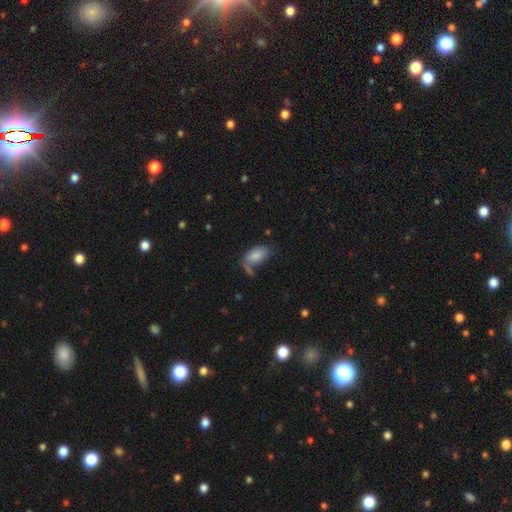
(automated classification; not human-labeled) A smooth galaxy with no disk features (82%) that is in between round and cigar-shaped (93%).

Vote fractions:
- Smooth or featured? smooth: 82% / featured or disk: 11% / star or artifact: 7%
- How rounded? in between: 93% / cigar-shaped: 3% / round: 3%
- Merging? none: 49% / minor disturbance: 21% / merger: 17% / major disturbance: 12%